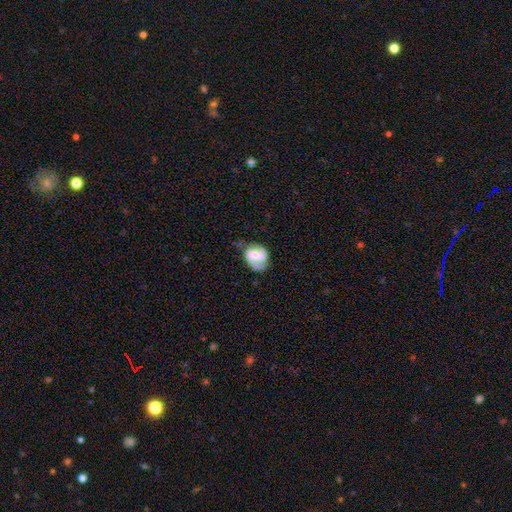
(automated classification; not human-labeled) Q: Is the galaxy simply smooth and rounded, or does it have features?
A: featured or disk — 81%.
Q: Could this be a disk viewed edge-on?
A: no — 98%.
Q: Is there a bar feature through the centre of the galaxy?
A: weak — 49%.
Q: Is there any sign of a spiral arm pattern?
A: yes — 96%.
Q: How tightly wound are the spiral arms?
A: medium — 51%.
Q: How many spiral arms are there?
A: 2 — 87%.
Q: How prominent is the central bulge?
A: small — 41%.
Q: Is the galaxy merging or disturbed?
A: none — 69%.